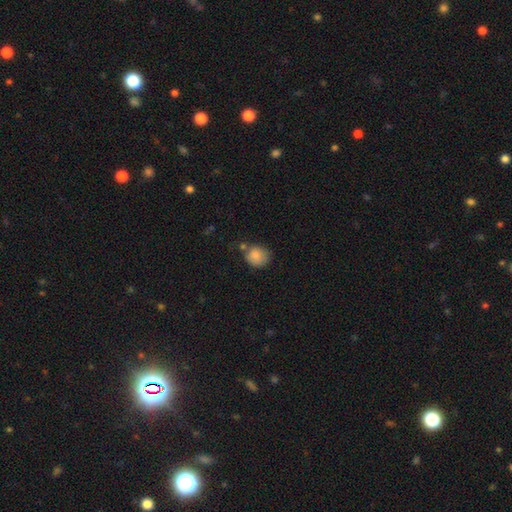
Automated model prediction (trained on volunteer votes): The model was most divided on "merging": none: 59%, minor disturbance: 22%, merger: 13%, major disturbance: 6%. More confident: smooth or featured — smooth (85%); how rounded — round (74%).